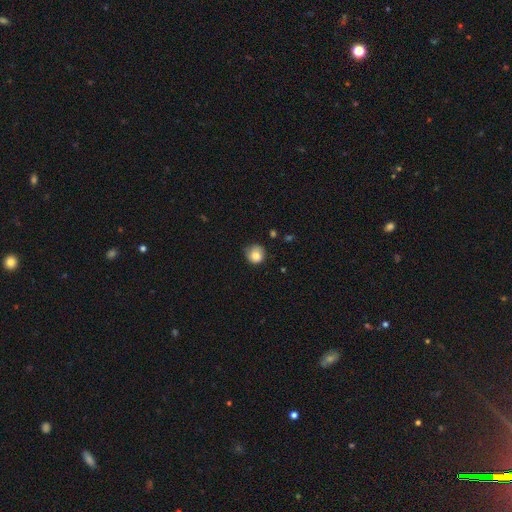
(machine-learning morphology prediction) Overall: smooth (79%). How rounded: round (88%). Merging: none (67%).